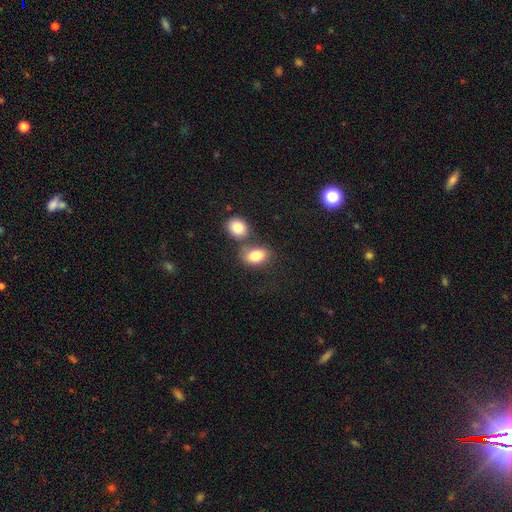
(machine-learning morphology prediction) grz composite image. It shows a smooth galaxy with no disk features (83%) that is in between round and cigar-shaped (78%). Merging: none (46%).